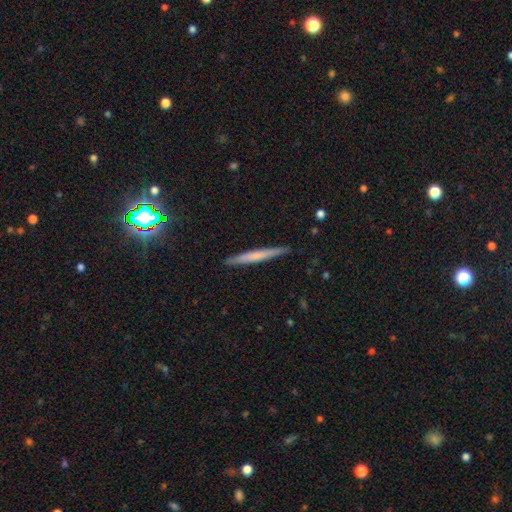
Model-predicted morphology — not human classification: This is possibly a smooth galaxy (55%). How rounded: clearly cigar-shaped (96%). Merging: clearly none (90%).